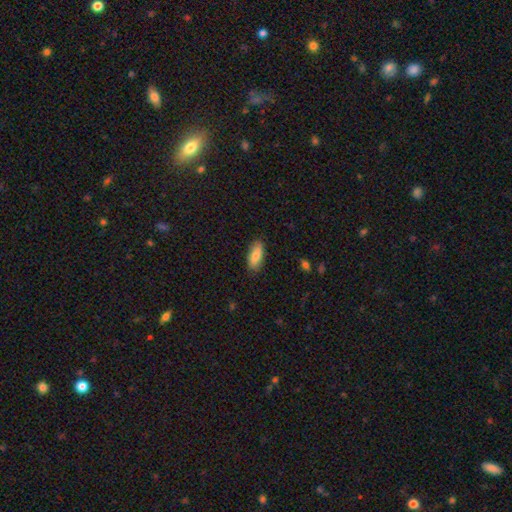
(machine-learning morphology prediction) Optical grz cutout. It shows a smooth galaxy with no disk features (81%) that is in between round and cigar-shaped (81%). Merging: none (84%).